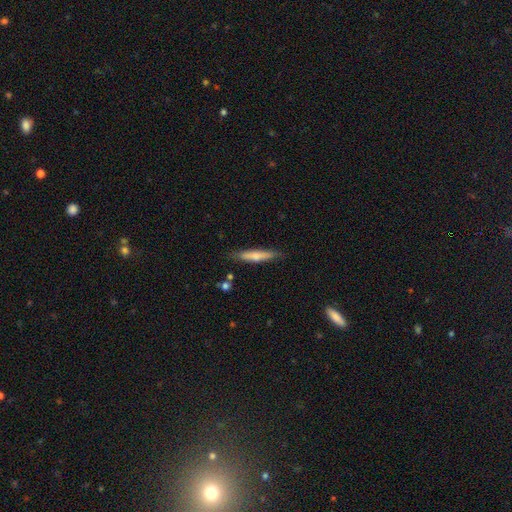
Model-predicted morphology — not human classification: Smooth or featured?
  - smooth: 63% *
  - featured or disk: 31%
  - star or artifact: 6%
How rounded?
  - cigar-shaped: 90% *
  - in between: 9%
  - round: 1%
Merging?
  - none: 83% *
  - minor disturbance: 12%
  - major disturbance: 2%
  - merger: 2%